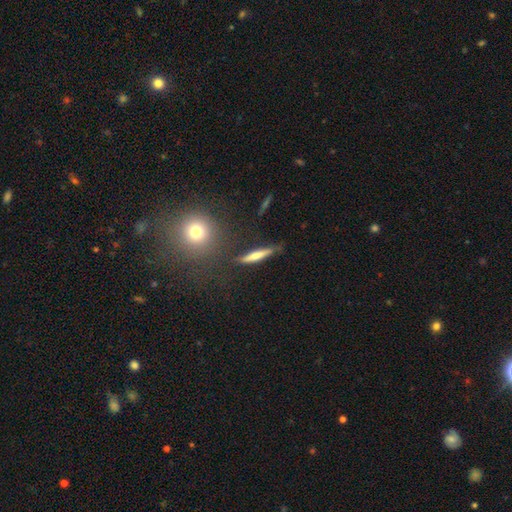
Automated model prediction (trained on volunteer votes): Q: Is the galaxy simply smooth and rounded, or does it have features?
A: smooth — 57%.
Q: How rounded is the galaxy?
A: cigar-shaped — 88%.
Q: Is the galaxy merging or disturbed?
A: none — 78%.